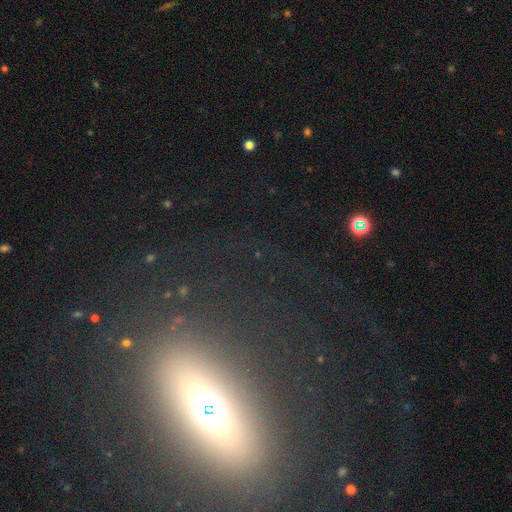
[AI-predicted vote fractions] Morphology: type=smooth (40%); merging=none (75%).